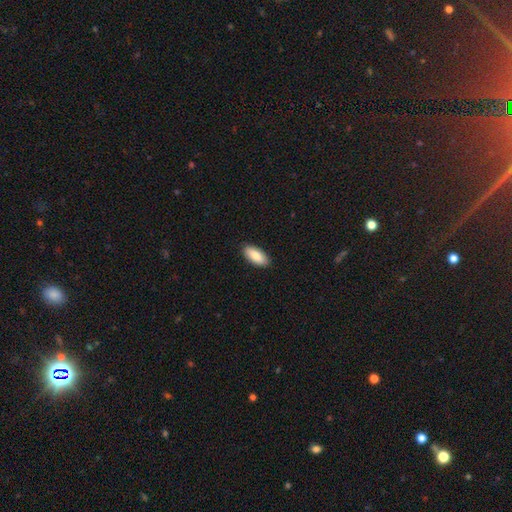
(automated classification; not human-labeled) Smooth or featured?
  - smooth: 85% *
  - featured or disk: 10%
  - star or artifact: 6%
How rounded?
  - in between: 88% *
  - cigar-shaped: 10%
  - round: 2%
Merging?
  - none: 90% *
  - minor disturbance: 8%
  - major disturbance: 2%
  - merger: 1%